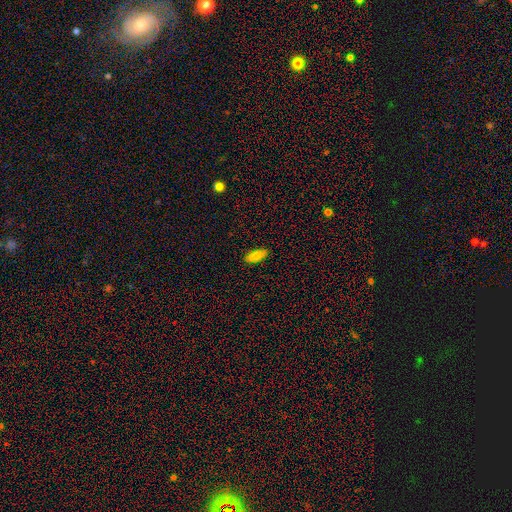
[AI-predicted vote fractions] Morphology: type=smooth (86%); roundness=in between (84%); merging=none (88%).